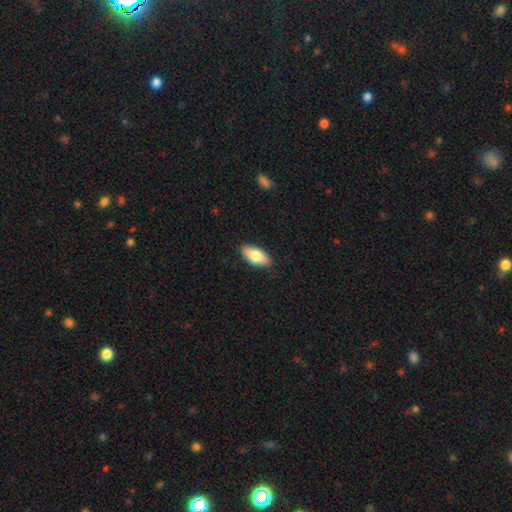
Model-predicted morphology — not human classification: This is likely a smooth galaxy (73%). How rounded: clearly in between (85%). Merging: clearly none (87%).